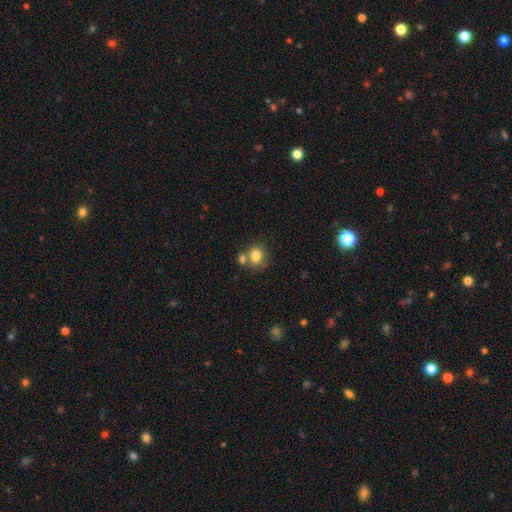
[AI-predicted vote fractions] smooth_or_featured: smooth (p=0.80) [alt: star or artifact p=0.10]
how_rounded: round (p=0.70) [alt: in between p=0.29]
merging: none (p=0.55) [alt: merger p=0.30]